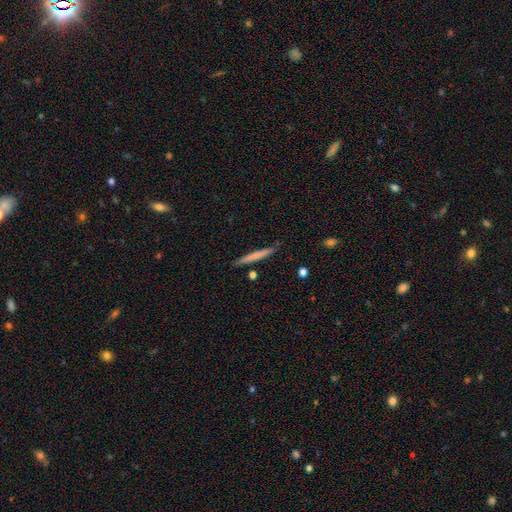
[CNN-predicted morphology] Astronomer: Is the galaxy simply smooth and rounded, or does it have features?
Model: smooth — 68%.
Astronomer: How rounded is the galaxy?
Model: cigar-shaped — 96%.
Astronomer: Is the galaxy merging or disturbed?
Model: none — 85%.